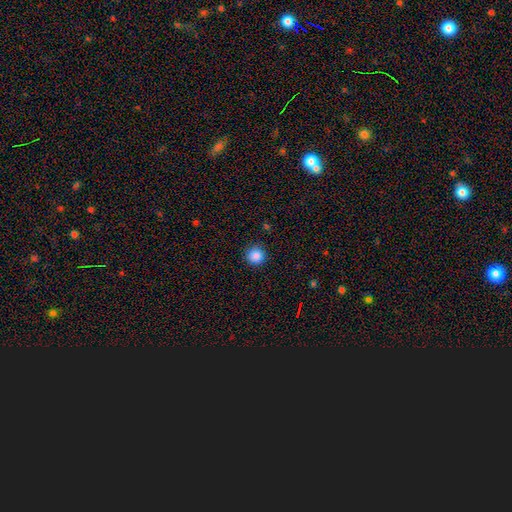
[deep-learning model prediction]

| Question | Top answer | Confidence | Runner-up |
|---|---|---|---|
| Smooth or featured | smooth | 86% | star or artifact (10%) |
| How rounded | round | 95% | in between (4%) |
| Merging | none | 90% | minor disturbance (7%) |